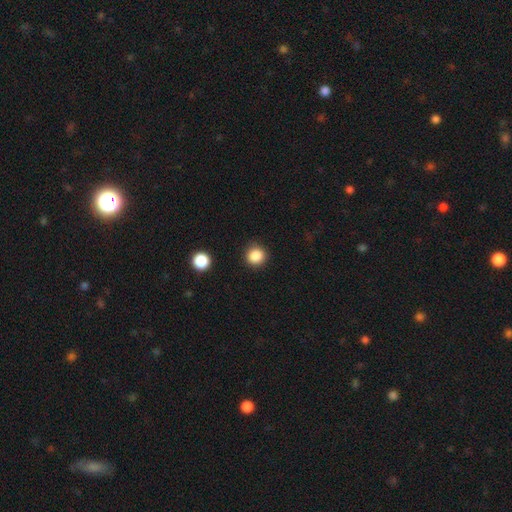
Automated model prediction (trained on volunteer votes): This is clearly a smooth galaxy (86%). How rounded: clearly round (91%). Merging: clearly none (89%).